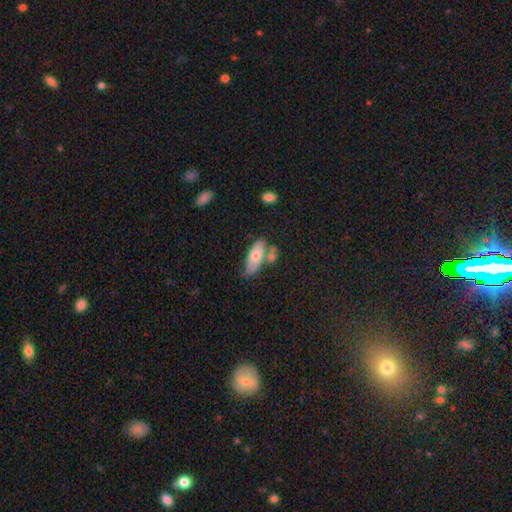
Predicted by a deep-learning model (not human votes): Q: Smooth or featured?
A: smooth (68%); runner-up: featured or disk (25%)
Q: How rounded?
A: in between (81%); runner-up: cigar-shaped (17%)
Q: Merging?
A: none (52%); runner-up: minor disturbance (23%)